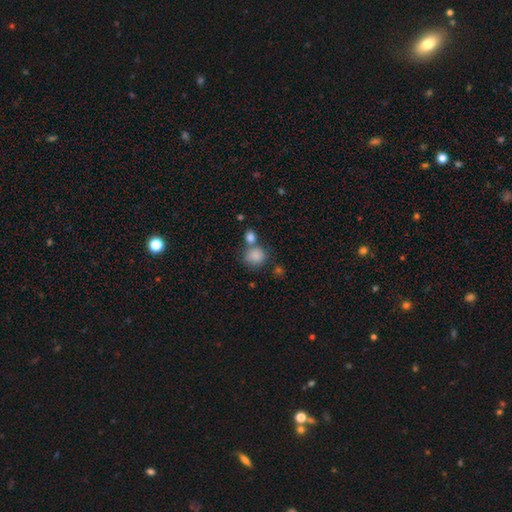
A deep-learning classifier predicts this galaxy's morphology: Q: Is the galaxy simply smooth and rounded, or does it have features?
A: smooth — 85%.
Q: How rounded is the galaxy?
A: round — 77%.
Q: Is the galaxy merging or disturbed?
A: none — 54%.